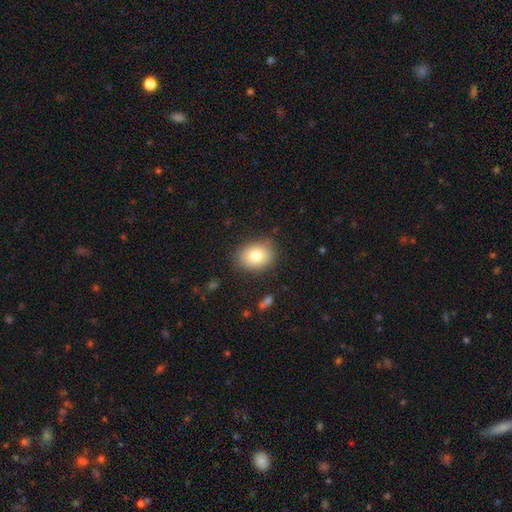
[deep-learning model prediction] A smooth galaxy with no disk features (80%) that is in between round and cigar-shaped (62%).

Vote fractions:
- Smooth or featured? smooth: 80% / featured or disk: 12% / star or artifact: 9%
- How rounded? in between: 62% / round: 37% / cigar-shaped: 1%
- Merging? none: 83% / minor disturbance: 12% / major disturbance: 3% / merger: 1%